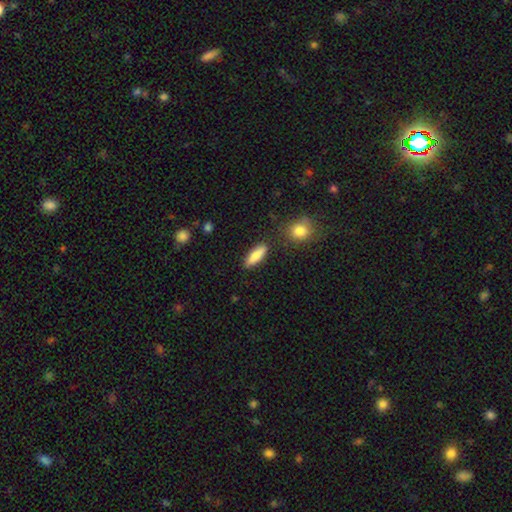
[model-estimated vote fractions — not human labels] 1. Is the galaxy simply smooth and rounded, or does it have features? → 81% smooth, 13% featured or disk, 6% star or artifact.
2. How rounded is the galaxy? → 50% in between, 48% cigar-shaped, 3% round.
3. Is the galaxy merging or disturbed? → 84% none, 10% minor disturbance, 4% merger, 2% major disturbance.